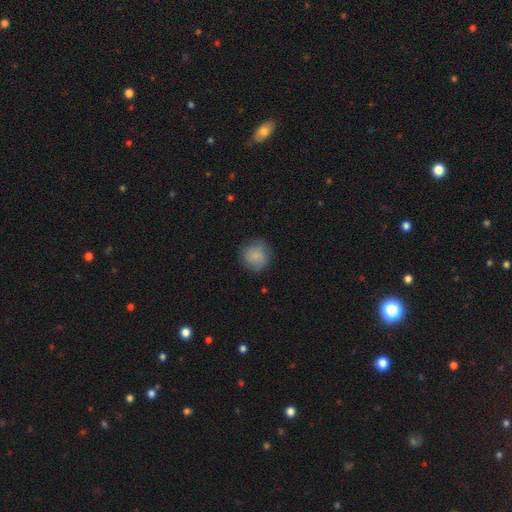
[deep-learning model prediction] smooth 84%, featured or disk 8%, star or artifact 7%. Down the decision tree: how rounded — round (90%); merging — none (78%).